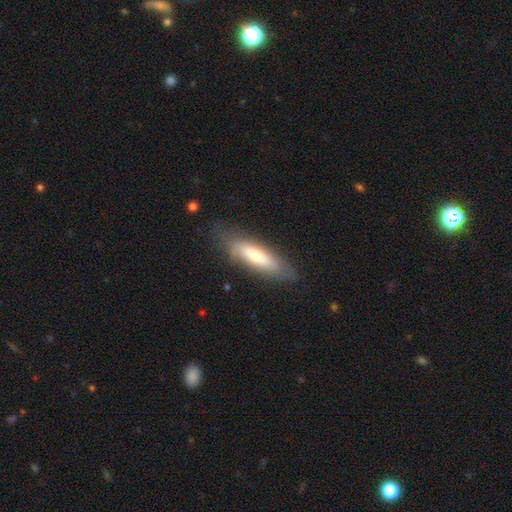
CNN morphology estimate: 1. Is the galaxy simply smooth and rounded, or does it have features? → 57% smooth, 37% featured or disk, 7% star or artifact.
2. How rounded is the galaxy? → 60% cigar-shaped, 38% in between, 2% round.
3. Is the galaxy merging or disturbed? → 78% none, 16% minor disturbance, 5% major disturbance, 1% merger.